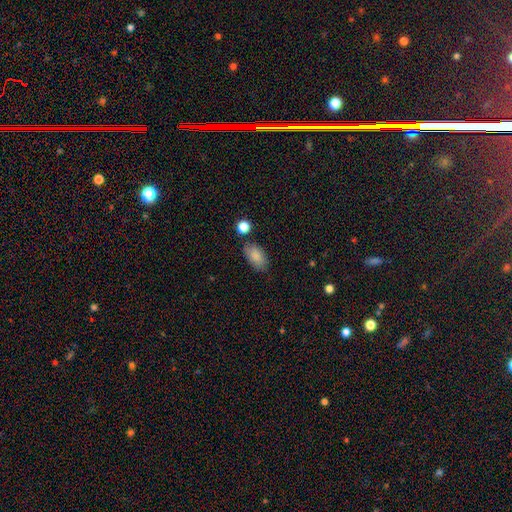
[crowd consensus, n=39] smooth_or_featured: smooth (p=0.87) [alt: star or artifact p=0.08]
how_rounded: in between (p=0.94) [alt: round p=0.06]
merging: none (p=0.72) [alt: minor disturbance p=0.19]